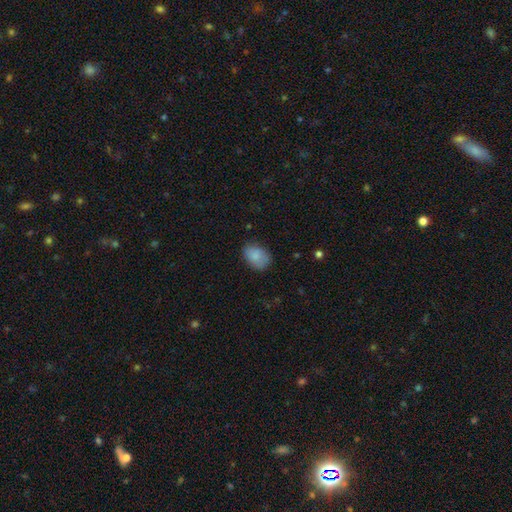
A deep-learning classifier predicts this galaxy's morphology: Smooth or featured?
  - smooth: 85% *
  - star or artifact: 8%
  - featured or disk: 7%
How rounded?
  - in between: 75% *
  - round: 24%
  - cigar-shaped: 1%
Merging?
  - none: 73% *
  - minor disturbance: 21%
  - major disturbance: 5%
  - merger: 1%